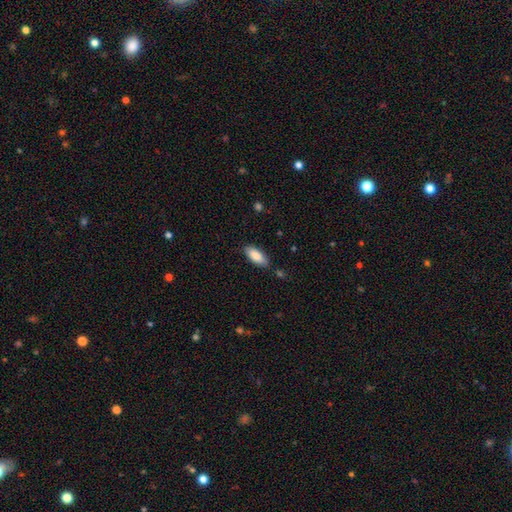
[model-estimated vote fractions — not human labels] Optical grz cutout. It shows a smooth galaxy with no disk features (86%) that is in between round and cigar-shaped (85%). Merging: none (81%).